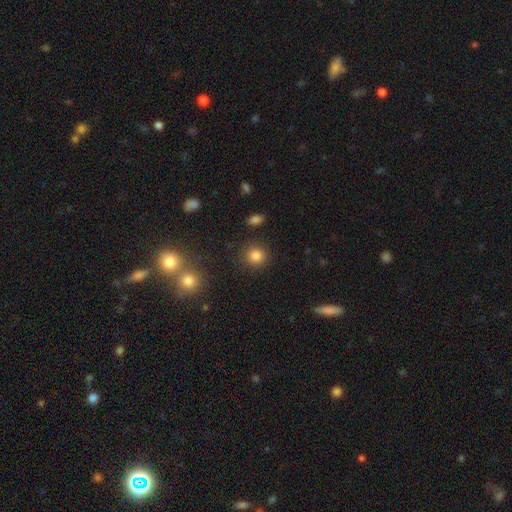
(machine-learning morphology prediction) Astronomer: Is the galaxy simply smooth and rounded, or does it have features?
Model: smooth — 84%.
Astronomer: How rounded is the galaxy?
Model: round — 87%.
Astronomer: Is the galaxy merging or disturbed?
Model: none — 89%.